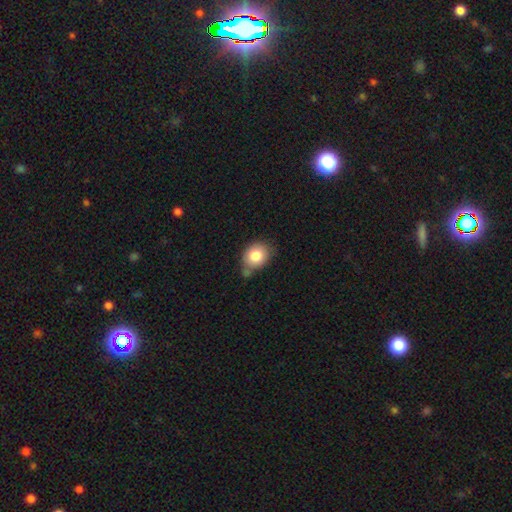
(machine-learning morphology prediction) Q: Smooth or featured?
A: smooth (82%); runner-up: featured or disk (10%)
Q: How rounded?
A: in between (52%); runner-up: round (47%)
Q: Merging?
A: none (54%); runner-up: minor disturbance (28%)